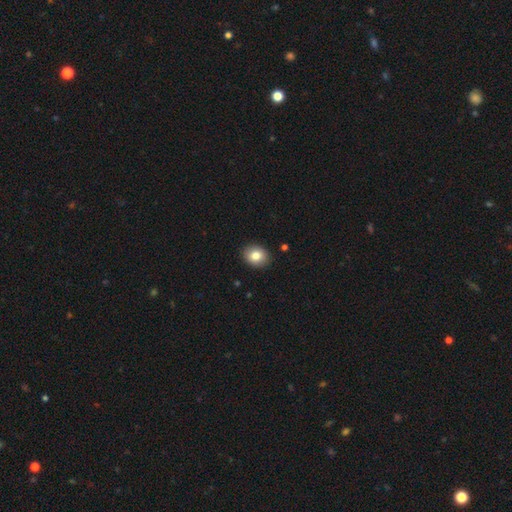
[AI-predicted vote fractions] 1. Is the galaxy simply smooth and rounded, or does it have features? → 82% smooth, 9% star or artifact, 9% featured or disk.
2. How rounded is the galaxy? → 51% round, 48% in between, 1% cigar-shaped.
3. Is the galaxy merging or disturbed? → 90% none, 7% minor disturbance, 2% major disturbance, 1% merger.